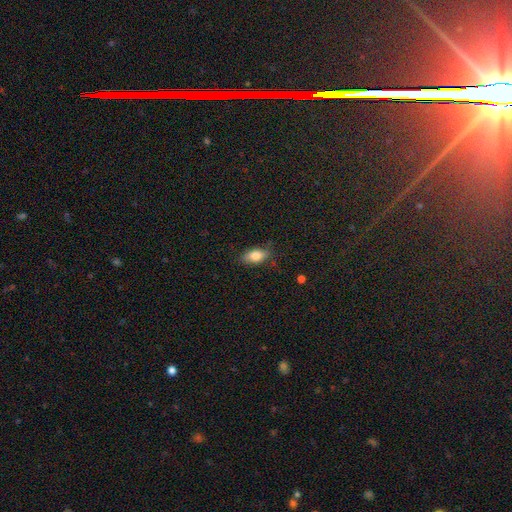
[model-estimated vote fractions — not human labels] A smooth galaxy with no disk features (79%) that is in between round and cigar-shaped (87%).

Vote fractions:
- Smooth or featured? smooth: 79% / featured or disk: 13% / star or artifact: 8%
- How rounded? in between: 87% / cigar-shaped: 7% / round: 5%
- Merging? none: 79% / minor disturbance: 17% / major disturbance: 3% / merger: 1%